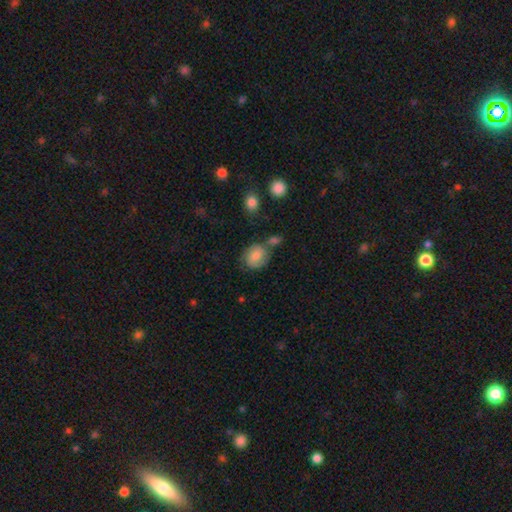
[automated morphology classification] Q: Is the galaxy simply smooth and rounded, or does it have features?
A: smooth — 61%.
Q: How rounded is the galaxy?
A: round — 62%.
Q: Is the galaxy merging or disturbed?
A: none — 58%.